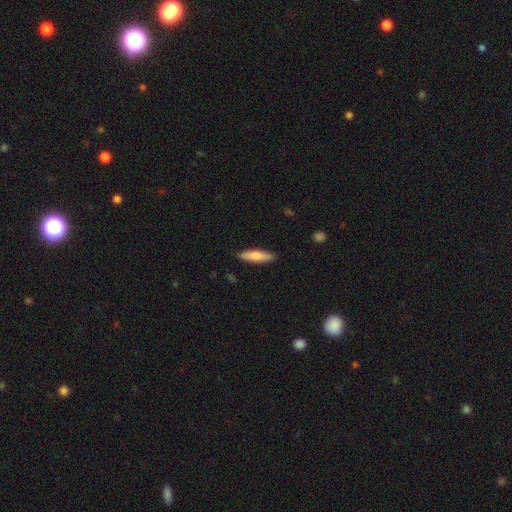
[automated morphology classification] Overall: smooth (75%). How rounded: cigar-shaped (79%). Merging: none (89%).